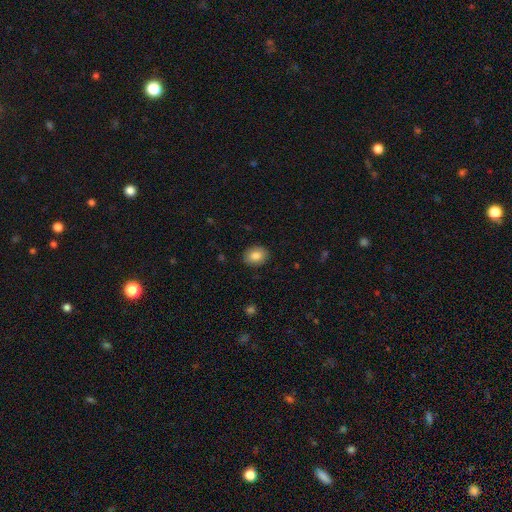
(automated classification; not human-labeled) smooth 85%, star or artifact 8%, featured or disk 7%. Down the decision tree: how rounded — in between (58%); merging — none (89%).